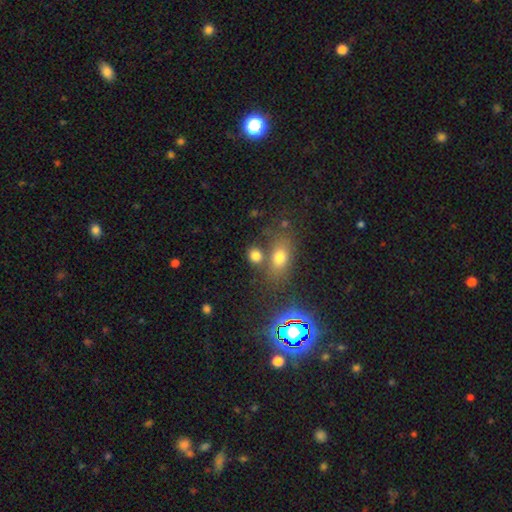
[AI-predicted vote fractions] Smooth or featured: smooth — 73% (star or artifact — 18%)
How rounded: round — 53% (in between — 44%)
Merging: none — 62% (merger — 21%)